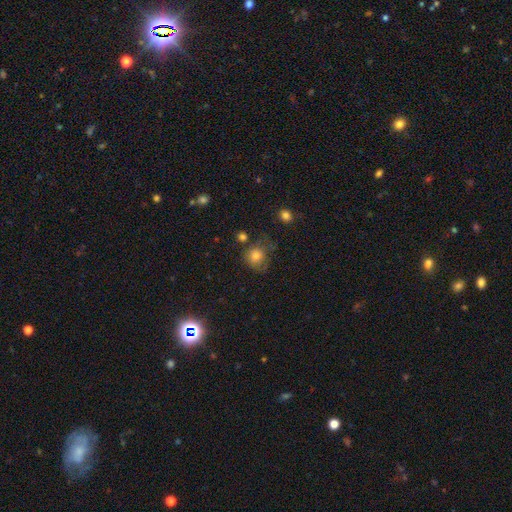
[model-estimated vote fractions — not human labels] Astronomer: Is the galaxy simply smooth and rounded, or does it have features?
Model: smooth — 76%.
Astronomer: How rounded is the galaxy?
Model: round — 82%.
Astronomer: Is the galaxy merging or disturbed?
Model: none — 55%.